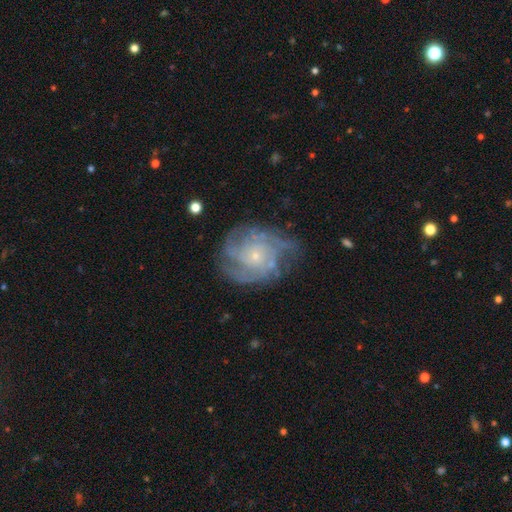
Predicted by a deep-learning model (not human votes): Morphology: type=featured or disk (83%); edge-on=no (98%); bar=no (80%); spiral arms=yes (93%); winding=tight (59%); arm count=can't tell (32%); bulge=small (83%); merging=none (68%).